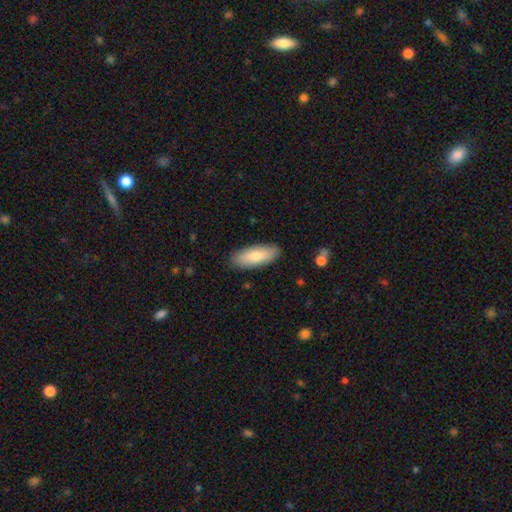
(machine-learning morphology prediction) A smooth galaxy with no disk features (78%) that is in between round and cigar-shaped (73%). Merging: none (87%).